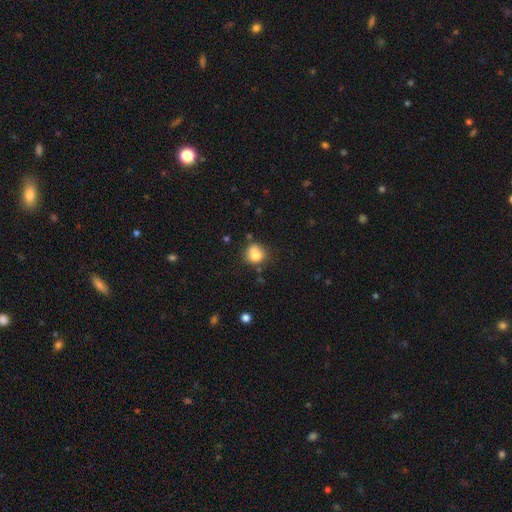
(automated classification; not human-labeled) Smooth or featured: smooth — 77% (featured or disk — 12%)
How rounded: round — 80% (in between — 19%)
Merging: none — 56% (minor disturbance — 21%)